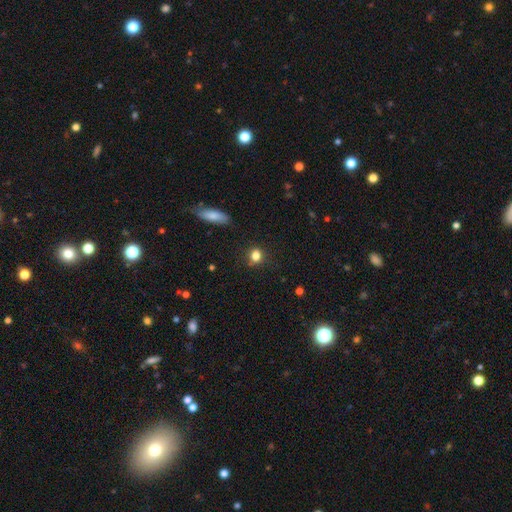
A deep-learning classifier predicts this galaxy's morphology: type=smooth (80%); roundness=round (70%); merging=none (79%).